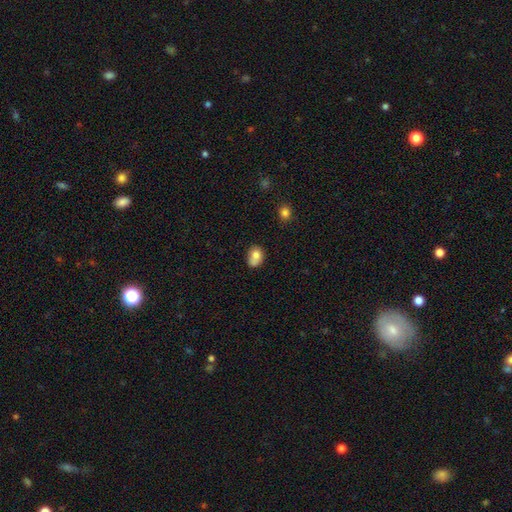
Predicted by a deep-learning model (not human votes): Smooth or featured: smooth — 77% (featured or disk — 13%)
How rounded: in between — 61% (round — 38%)
Merging: none — 52% (minor disturbance — 29%)